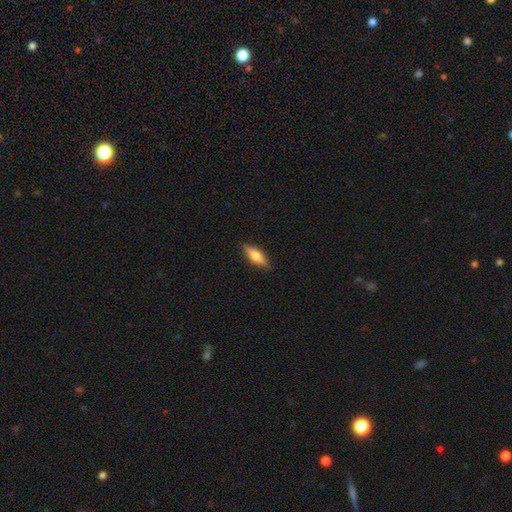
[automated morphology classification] A smooth galaxy with no disk features (60%) that is in between round and cigar-shaped (49%, tied with cigar-shaped).

Vote fractions:
- Smooth or featured? smooth: 60% / featured or disk: 34% / star or artifact: 7%
- How rounded? in between: 49% (tied) / cigar-shaped: 49% (tied) / round: 3%
- Merging? none: 86% / minor disturbance: 11% / major disturbance: 2% / merger: 1%